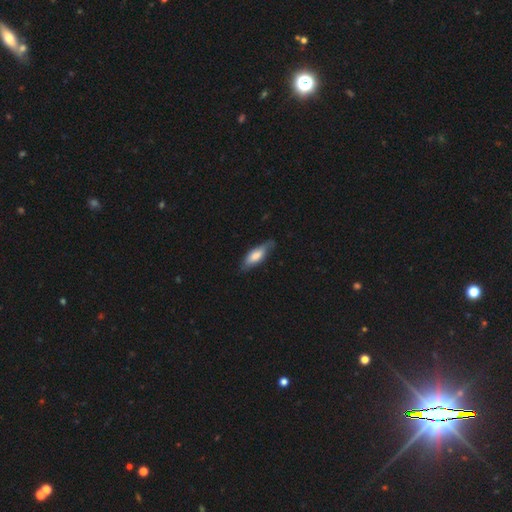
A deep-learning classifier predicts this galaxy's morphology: smooth_or_featured: smooth (p=0.67) [alt: featured or disk p=0.27]
how_rounded: in between (p=0.60) [alt: cigar-shaped p=0.38]
merging: none (p=0.72) [alt: minor disturbance p=0.22]